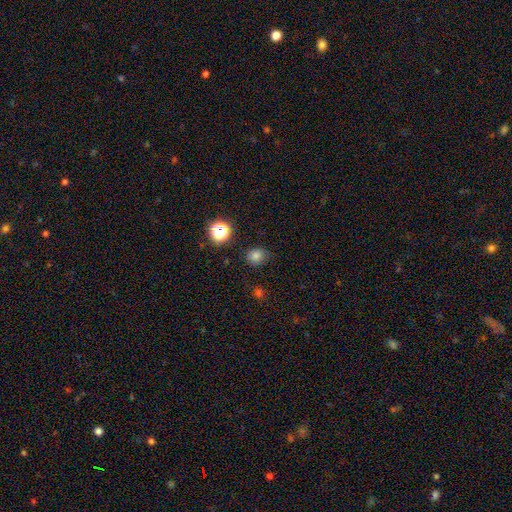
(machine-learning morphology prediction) Smooth or featured? Predicted: smooth (p=0.78). How rounded? Predicted: round (p=0.77). Merging? Predicted: none (p=0.78).